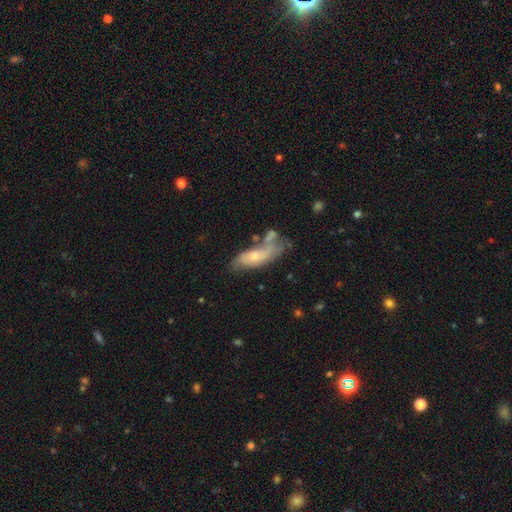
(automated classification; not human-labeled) Overall: featured or disk (50%; smooth 42%). Edge-on disk: no (83%). Merging: none (32%; minor disturbance 25%).